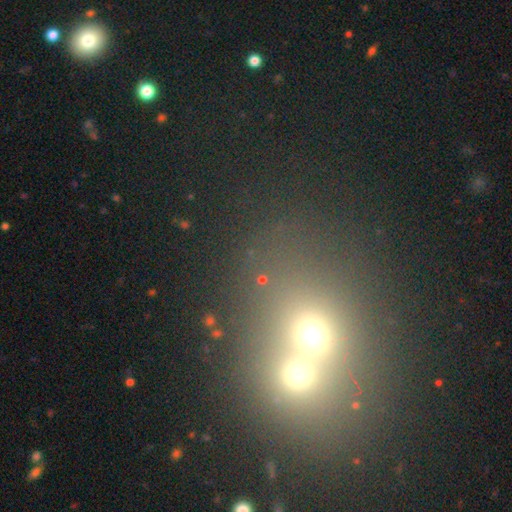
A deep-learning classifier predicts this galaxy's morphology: smooth-or-featured: smooth: 51% | star or artifact: 32% | featured or disk: 17%
  how-rounded: round: 65% | in between: 34% | cigar-shaped: 1%
  merging: merger: 64% | none: 27% | minor disturbance: 5% | major disturbance: 3%